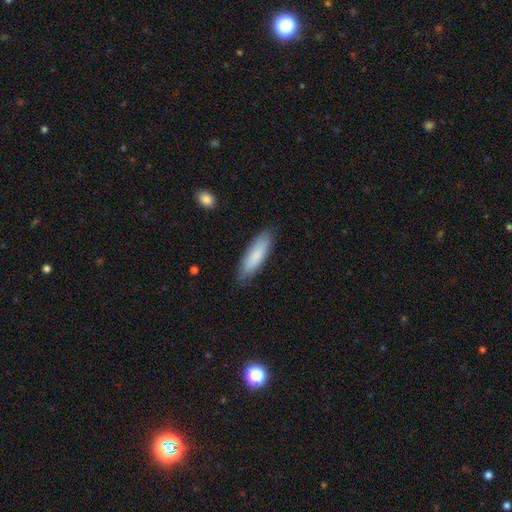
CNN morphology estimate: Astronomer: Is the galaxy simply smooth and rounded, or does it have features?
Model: smooth — 84%.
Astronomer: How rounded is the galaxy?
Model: cigar-shaped — 56% (runner-up: in between, 43%).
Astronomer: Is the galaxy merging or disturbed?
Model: none — 84%.